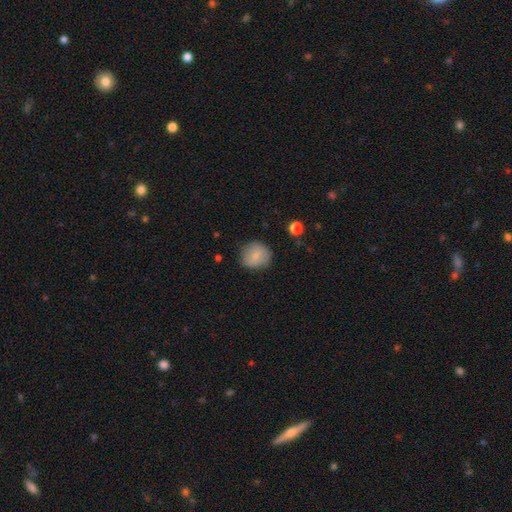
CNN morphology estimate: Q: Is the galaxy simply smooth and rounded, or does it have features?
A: smooth — 80%.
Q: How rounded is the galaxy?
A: round — 85%.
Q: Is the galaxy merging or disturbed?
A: none — 79%.